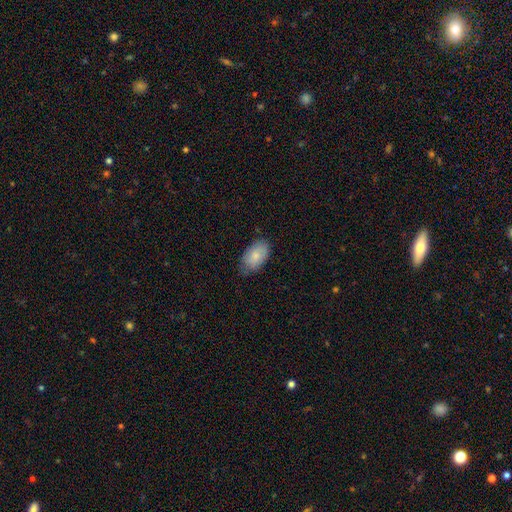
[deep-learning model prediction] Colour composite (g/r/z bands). It shows a smooth galaxy with no disk features (81%) that is in between round and cigar-shaped (94%). Merging: none (71%).